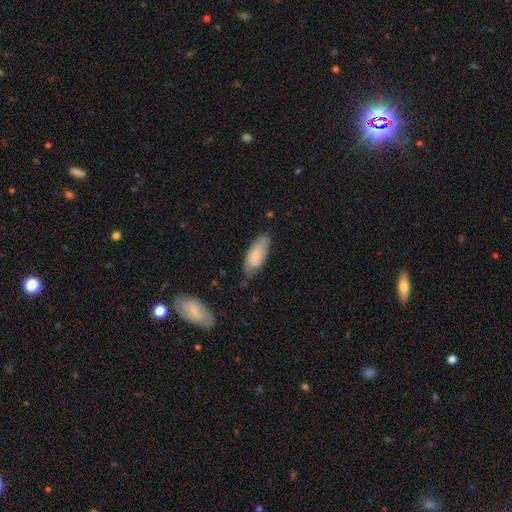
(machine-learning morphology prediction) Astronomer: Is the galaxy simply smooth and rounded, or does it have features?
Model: smooth — 63%.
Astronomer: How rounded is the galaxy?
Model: in between — 78%.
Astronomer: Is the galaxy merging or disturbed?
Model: none — 64%.